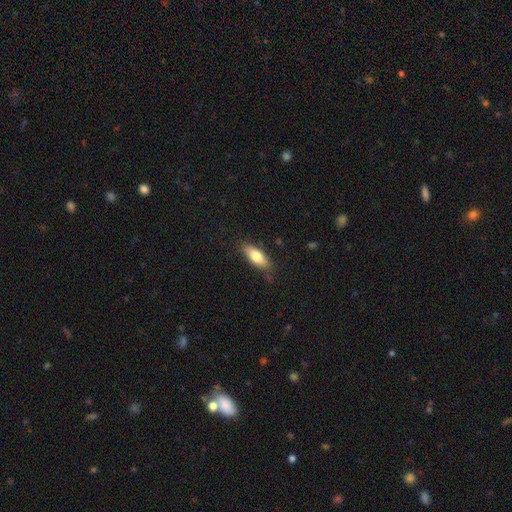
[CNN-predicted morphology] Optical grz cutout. It shows a smooth galaxy with no disk features (74%) that is in between round and cigar-shaped (71%). Merging: none (78%).